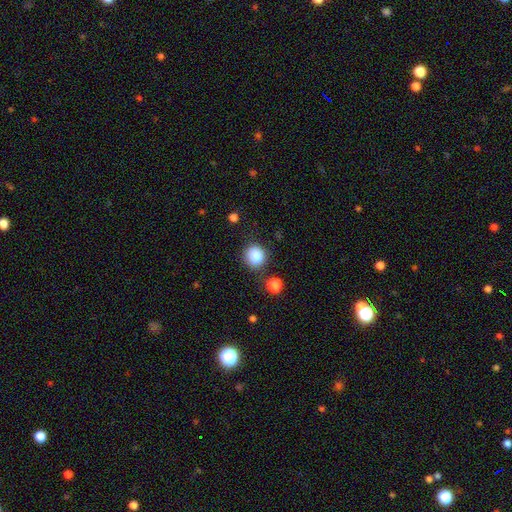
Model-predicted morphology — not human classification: Smooth or featured? smooth (87%)
How rounded? round (87%)
Merging? none (79%)